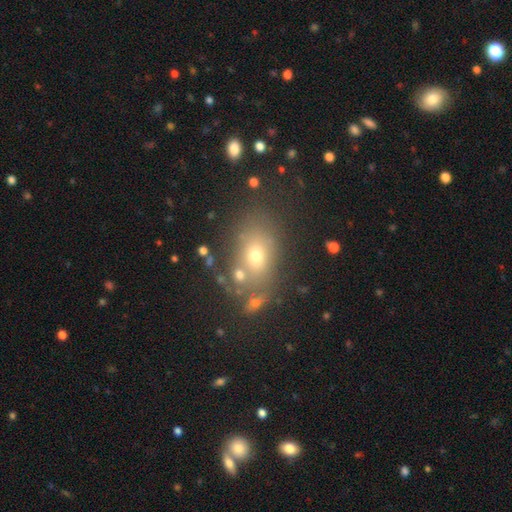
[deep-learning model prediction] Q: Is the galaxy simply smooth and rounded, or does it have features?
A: smooth — 66%.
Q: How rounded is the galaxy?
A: in between — 71%.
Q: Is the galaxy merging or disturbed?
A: none — 60%.